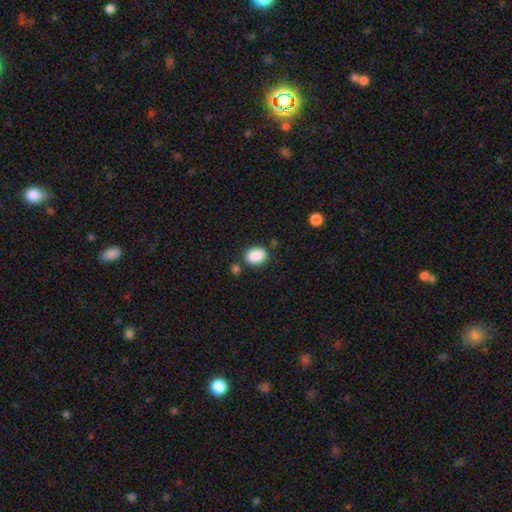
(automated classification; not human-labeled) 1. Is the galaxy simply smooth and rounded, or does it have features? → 89% smooth, 8% star or artifact, 3% featured or disk.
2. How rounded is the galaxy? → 73% in between, 26% round, 1% cigar-shaped.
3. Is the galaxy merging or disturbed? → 78% none, 13% minor disturbance, 6% merger, 3% major disturbance.